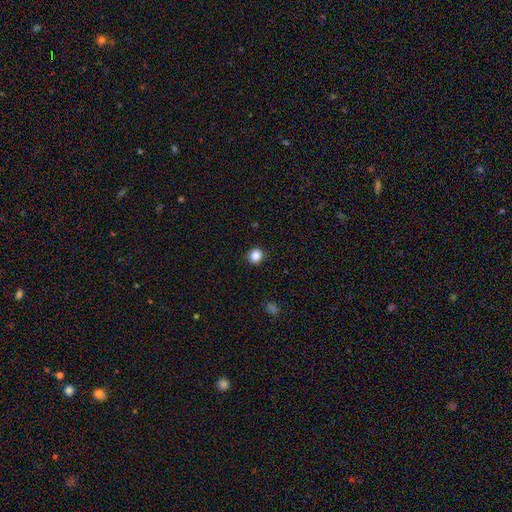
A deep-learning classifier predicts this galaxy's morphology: This appears to be a smooth galaxy with no disk features (86%) that is round (90%). Merging: none (92%).